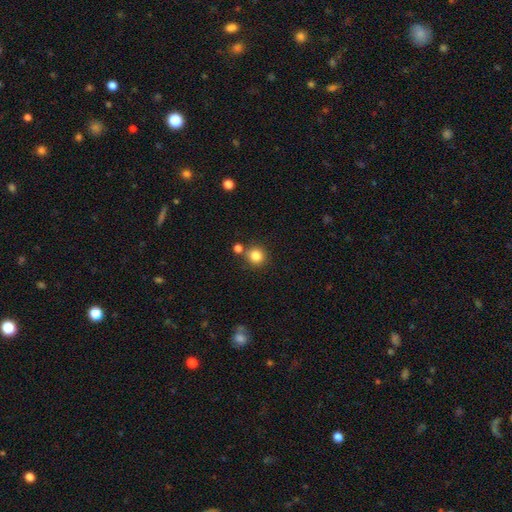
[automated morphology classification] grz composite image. It shows a smooth galaxy with no disk features (83%) that is round (90%). Merging: none (76%).